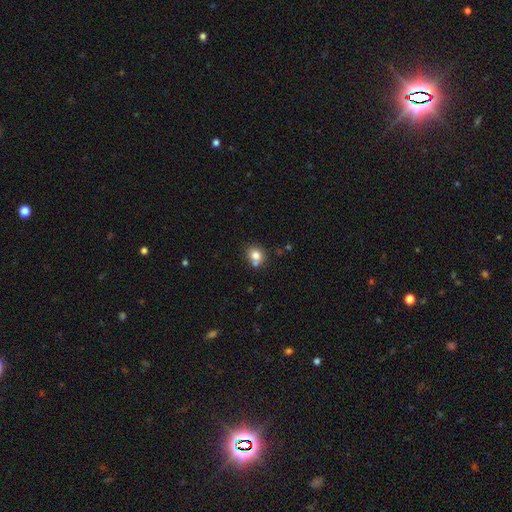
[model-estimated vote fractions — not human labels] Morphology: type=smooth (79%); roundness=round (76%); merging=none (63%).